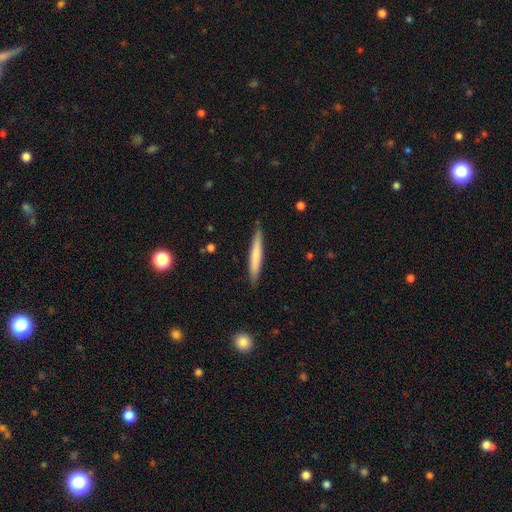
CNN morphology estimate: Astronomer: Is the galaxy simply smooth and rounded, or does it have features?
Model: smooth — 67%.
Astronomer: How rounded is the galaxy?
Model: cigar-shaped — 95%.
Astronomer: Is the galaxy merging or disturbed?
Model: none — 87%.